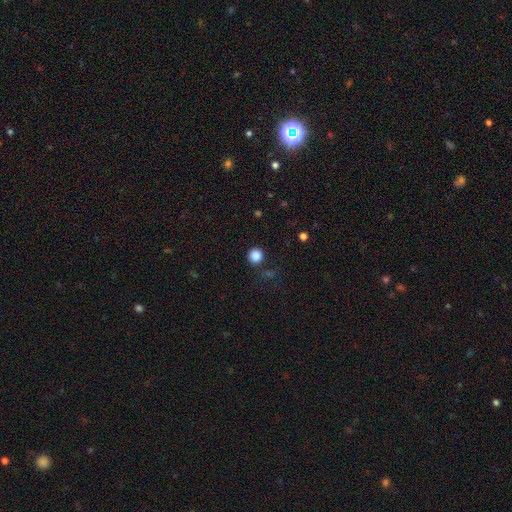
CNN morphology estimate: A smooth galaxy with no disk features (86%) that is round (93%). Merging: none (88%).